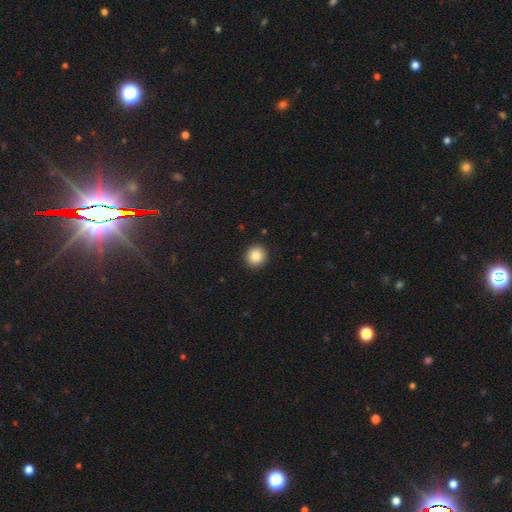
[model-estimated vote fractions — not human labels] smooth-or-featured: smooth: 85% | star or artifact: 9% | featured or disk: 5%
  how-rounded: round: 93% | in between: 6% | cigar-shaped: 1%
  merging: none: 93% | minor disturbance: 5% | major disturbance: 2% | merger: 1%